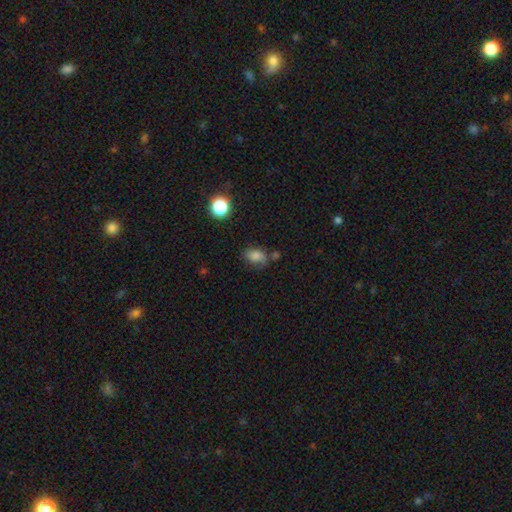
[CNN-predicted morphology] Smooth or featured? smooth (76%)
How rounded? in between (80%)
Merging? none (52%)